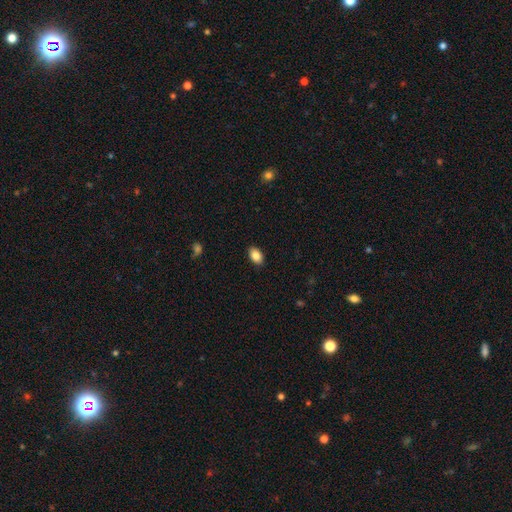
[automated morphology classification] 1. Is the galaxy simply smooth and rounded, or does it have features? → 87% smooth, 8% star or artifact, 5% featured or disk.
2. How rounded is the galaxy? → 90% in between, 9% round, 1% cigar-shaped.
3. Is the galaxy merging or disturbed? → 89% none, 8% minor disturbance, 2% major disturbance, 1% merger.